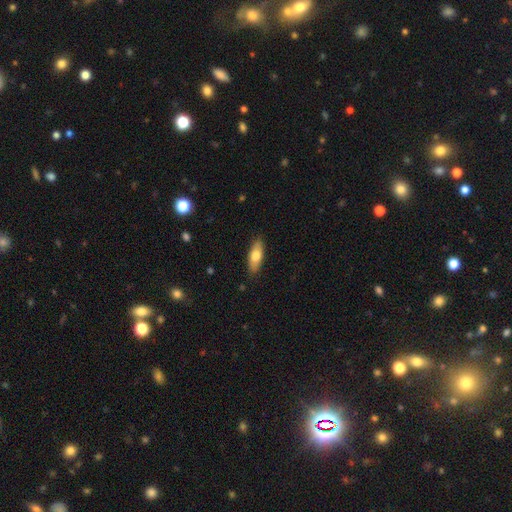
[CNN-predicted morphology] This is likely a smooth galaxy (71%). How rounded: likely in between (72%). Merging: clearly none (86%).